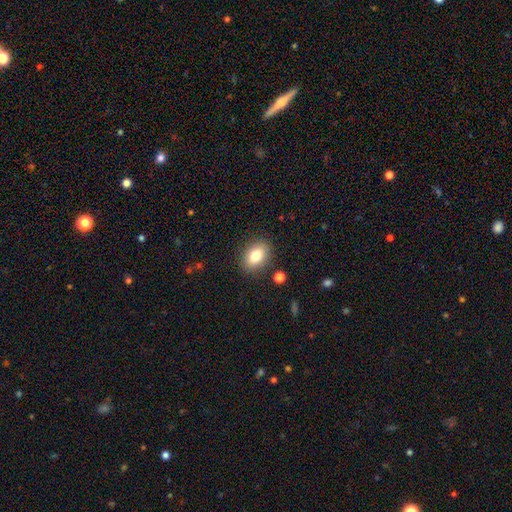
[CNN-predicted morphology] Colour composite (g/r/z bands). It shows a smooth galaxy with no disk features (81%) that is in between round and cigar-shaped (78%). Merging: none (86%).